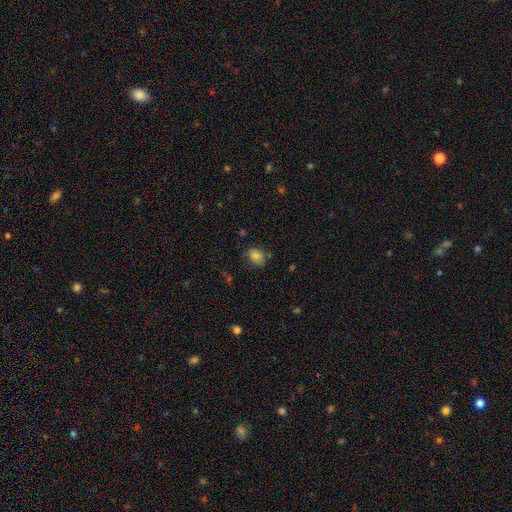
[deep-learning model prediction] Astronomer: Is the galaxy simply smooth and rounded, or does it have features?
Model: smooth — 81%.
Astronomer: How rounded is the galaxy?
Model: in between — 56% (runner-up: round, 43%).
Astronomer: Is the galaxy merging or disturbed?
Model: none — 73%.